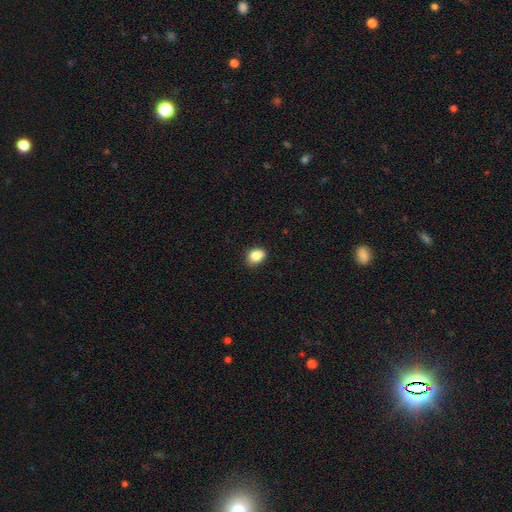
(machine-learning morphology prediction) smooth-or-featured: smooth: 86% | star or artifact: 9% | featured or disk: 5%
  how-rounded: in between: 66% | round: 32% | cigar-shaped: 1%
  merging: none: 84% | minor disturbance: 13% | major disturbance: 2% | merger: 1%